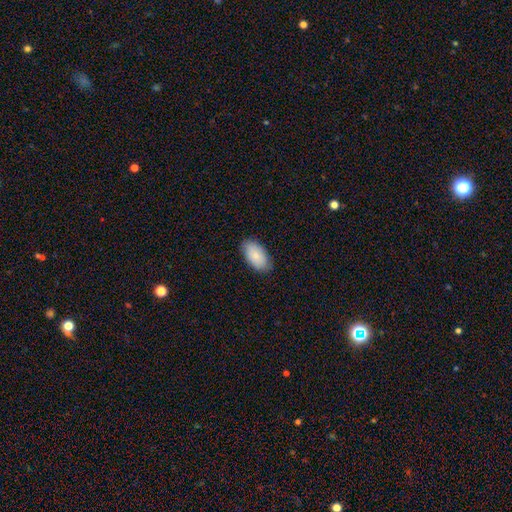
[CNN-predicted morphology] Smooth or featured?
  - smooth: 85% *
  - featured or disk: 9%
  - star or artifact: 6%
How rounded?
  - in between: 95% *
  - round: 3%
  - cigar-shaped: 2%
Merging?
  - none: 86% *
  - minor disturbance: 11%
  - major disturbance: 2%
  - merger: 1%